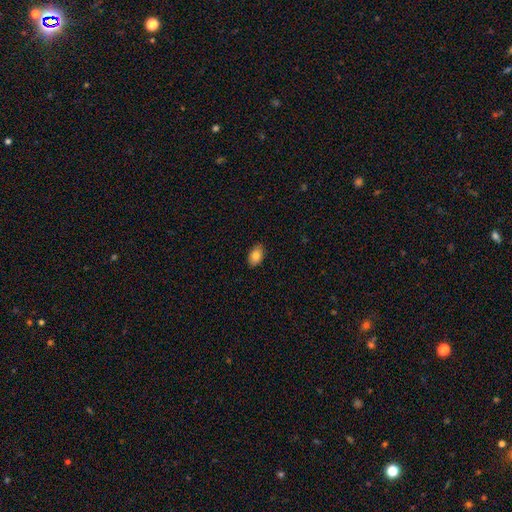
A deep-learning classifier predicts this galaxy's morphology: Overall: smooth (85%). How rounded: in between (90%). Merging: none (88%).